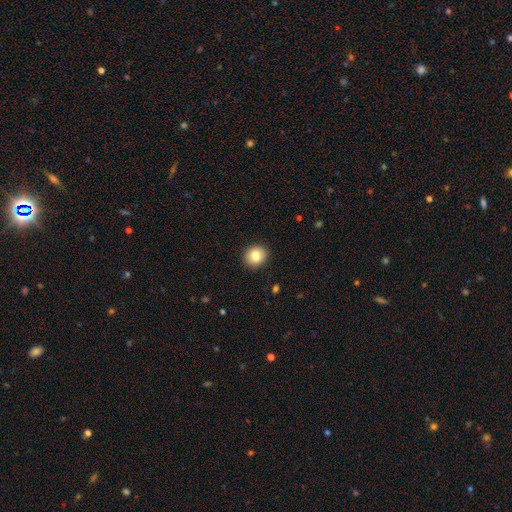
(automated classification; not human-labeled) Q: Smooth or featured?
A: smooth (83%); runner-up: star or artifact (9%)
Q: How rounded?
A: round (83%); runner-up: in between (16%)
Q: Merging?
A: none (91%); runner-up: minor disturbance (6%)